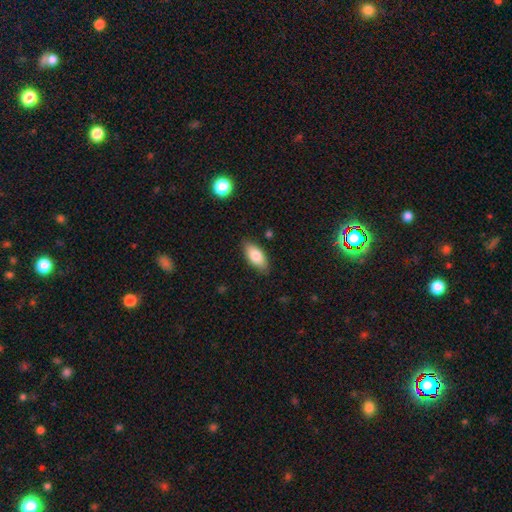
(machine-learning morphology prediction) Smooth or featured? smooth (80%)
How rounded? in between (88%)
Merging? none (84%)